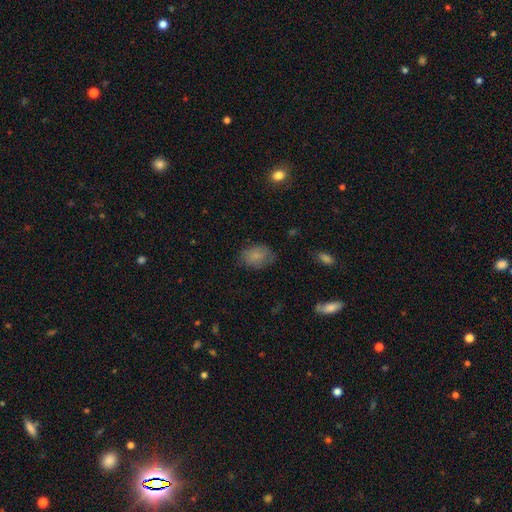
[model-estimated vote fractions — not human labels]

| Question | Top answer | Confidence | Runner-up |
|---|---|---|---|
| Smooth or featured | smooth | 78% | featured or disk (13%) |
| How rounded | in between | 71% | round (28%) |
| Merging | none | 73% | minor disturbance (20%) |